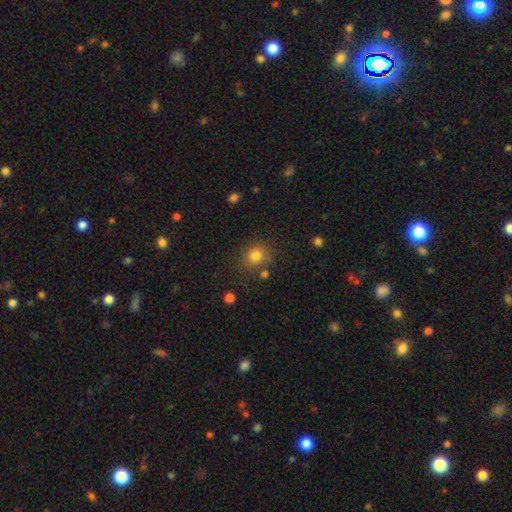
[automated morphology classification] Smooth or featured: smooth — 80% (star or artifact — 13%)
How rounded: round — 85% (in between — 14%)
Merging: none — 77% (minor disturbance — 12%)